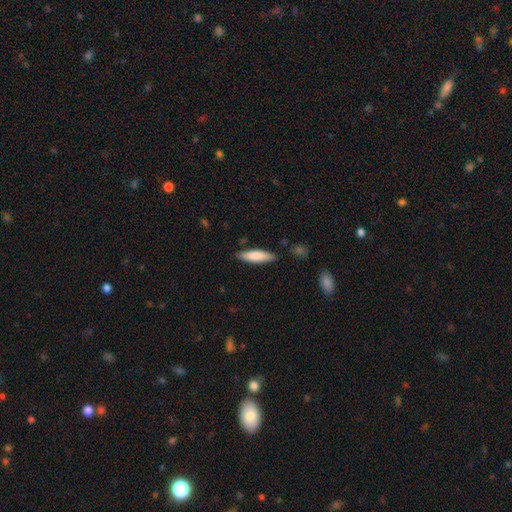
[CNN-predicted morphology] Smooth or featured: smooth — 78% (featured or disk — 16%)
How rounded: cigar-shaped — 64% (in between — 35%)
Merging: none — 83% (minor disturbance — 12%)